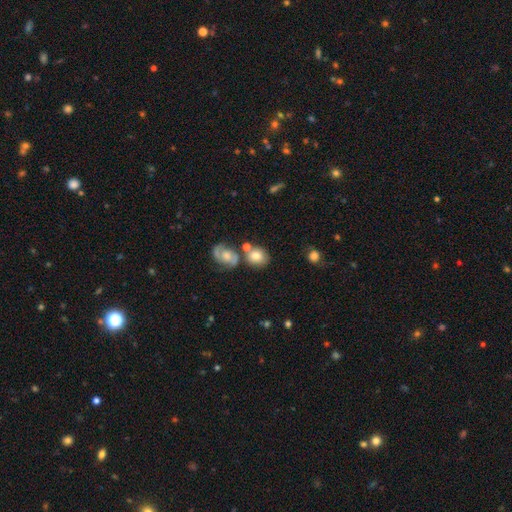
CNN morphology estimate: A smooth galaxy with no disk features (73%) that is round (60%).

Vote fractions:
- Smooth or featured? smooth: 73% / featured or disk: 18% / star or artifact: 9%
- How rounded? round: 60% / in between: 38% / cigar-shaped: 1%
- Merging? none: 54% / merger: 24% / minor disturbance: 16% / major disturbance: 6%